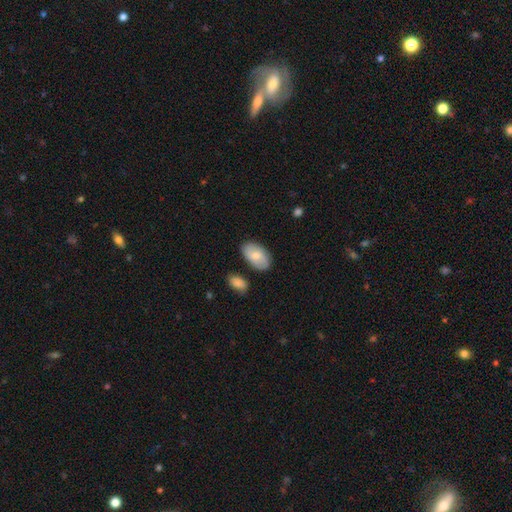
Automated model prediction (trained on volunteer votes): Smooth or featured?
  - smooth: 71% *
  - featured or disk: 23%
  - star or artifact: 6%
How rounded?
  - in between: 94% *
  - round: 5%
  - cigar-shaped: 1%
Merging?
  - none: 76% *
  - minor disturbance: 15%
  - merger: 5%
  - major disturbance: 3%